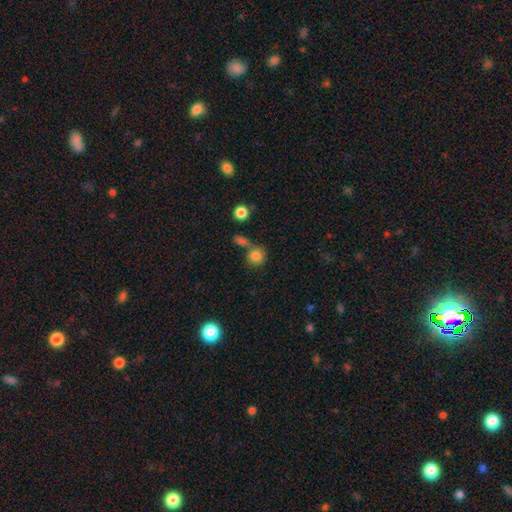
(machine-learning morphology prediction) Smooth or featured?
  - smooth: 82% *
  - star or artifact: 11%
  - featured or disk: 7%
How rounded?
  - round: 88% *
  - in between: 11%
  - cigar-shaped: 1%
Merging?
  - none: 56% *
  - merger: 28%
  - minor disturbance: 11%
  - major disturbance: 5%